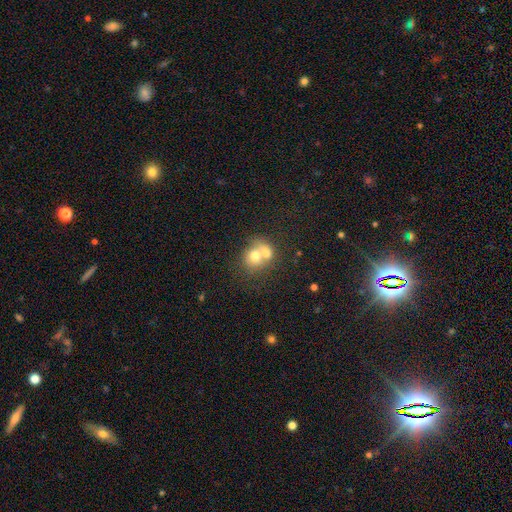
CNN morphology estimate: Smooth or featured?
  - smooth: 68% *
  - featured or disk: 23%
  - star or artifact: 9%
How rounded?
  - round: 64% *
  - in between: 35%
  - cigar-shaped: 1%
Merging?
  - merger: 70% *
  - none: 20%
  - minor disturbance: 6%
  - major disturbance: 4%